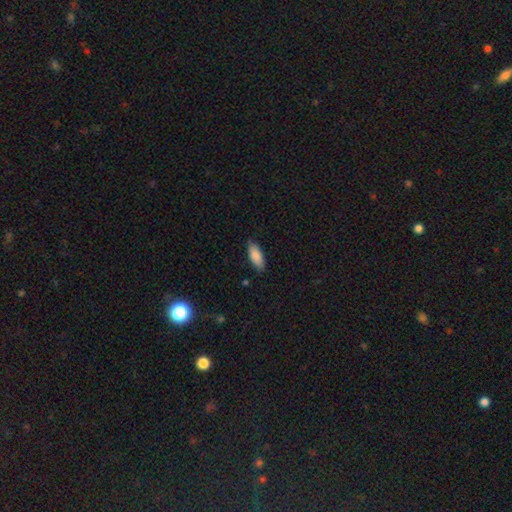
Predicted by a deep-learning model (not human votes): Overall: smooth (87%). How rounded: in between (81%). Merging: none (84%).